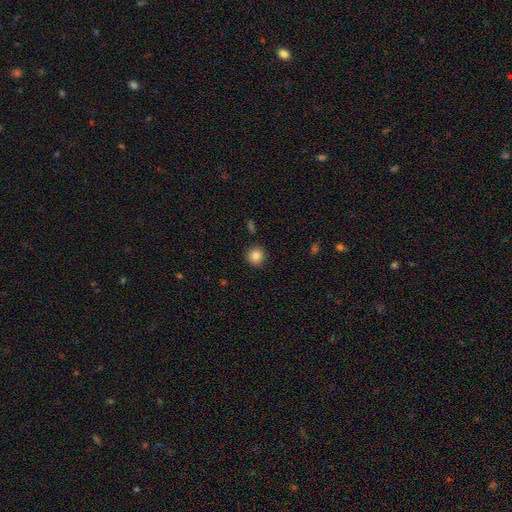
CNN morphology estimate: Overall: smooth (85%). How rounded: round (93%). Merging: none (91%).